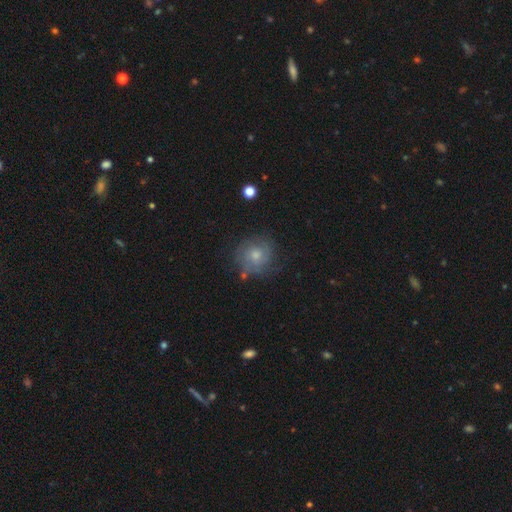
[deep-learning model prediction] Smooth or featured?
  - smooth: 46% *
  - featured or disk: 45%
  - star or artifact: 10%
Merging?
  - none: 68% *
  - minor disturbance: 20%
  - major disturbance: 9%
  - merger: 3%